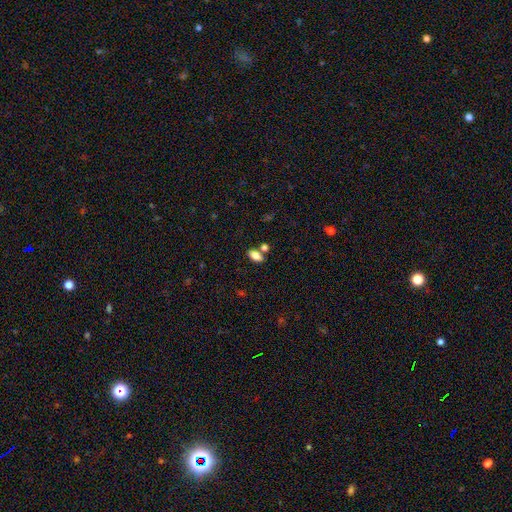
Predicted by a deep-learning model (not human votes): The model was most divided on "merging": none: 69%, merger: 17%, minor disturbance: 11%, major disturbance: 3%. More confident: how rounded — in between (90%); smooth or featured — smooth (83%).